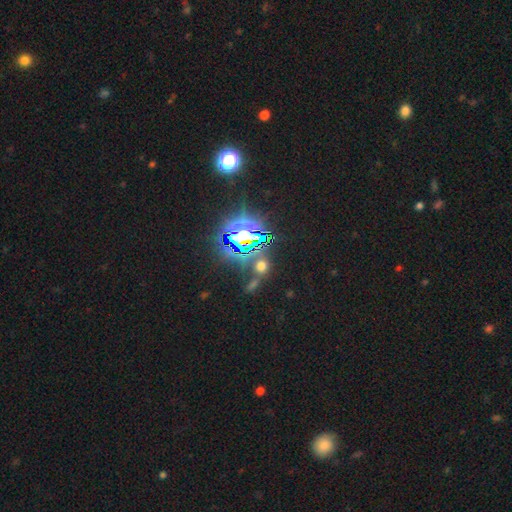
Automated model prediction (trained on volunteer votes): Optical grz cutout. It shows a star or artifact, not a galaxy (83%).